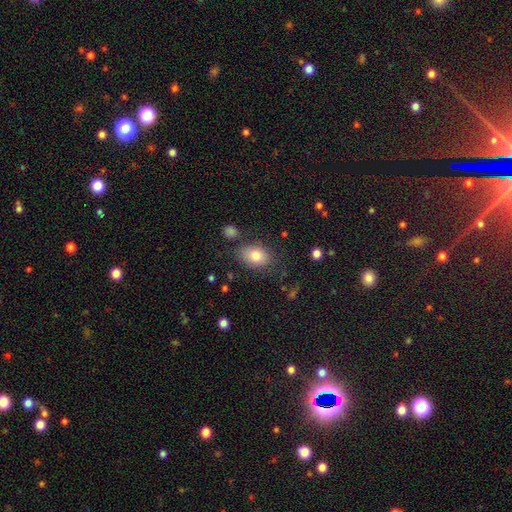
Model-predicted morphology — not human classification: This is clearly a smooth galaxy (81%). How rounded: likely in between (78%). Merging: likely none (73%).